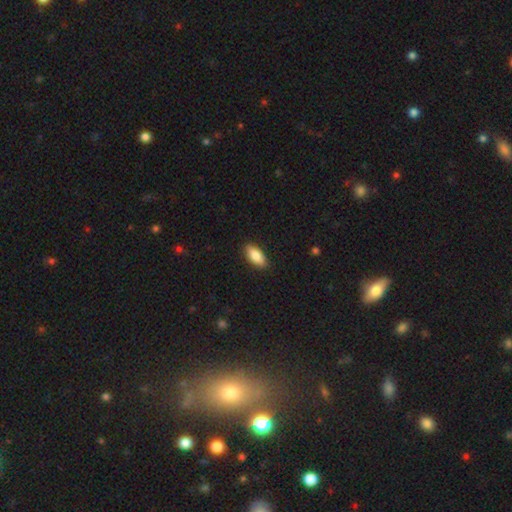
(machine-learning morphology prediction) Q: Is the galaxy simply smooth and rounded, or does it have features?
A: smooth — 84%.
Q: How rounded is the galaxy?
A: in between — 86%.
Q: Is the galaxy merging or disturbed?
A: none — 89%.